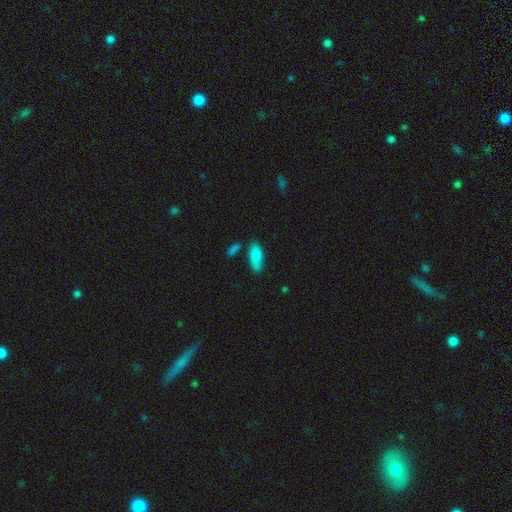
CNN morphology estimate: smooth-or-featured: smooth: 86% | featured or disk: 8% | star or artifact: 6%
  how-rounded: in between: 80% | cigar-shaped: 18% | round: 2%
  merging: none: 74% | minor disturbance: 15% | merger: 7% | major disturbance: 3%